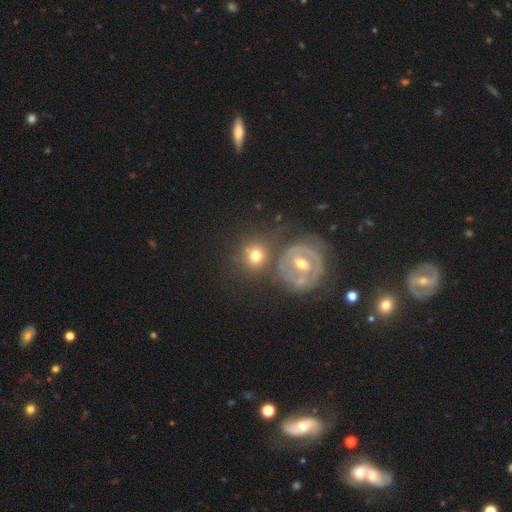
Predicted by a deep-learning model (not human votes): A smooth galaxy with no disk features (61%) that is round (82%).

Vote fractions:
- Smooth or featured? smooth: 61% / featured or disk: 29% / star or artifact: 10%
- How rounded? round: 82% / in between: 17% / cigar-shaped: 1%
- Merging? none: 56% / merger: 24% / minor disturbance: 13% / major disturbance: 7%